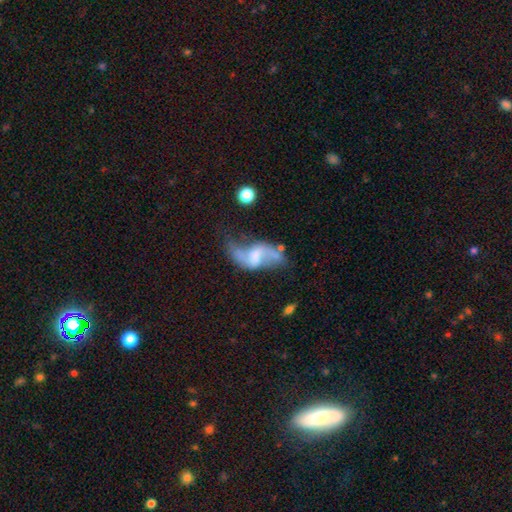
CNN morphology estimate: This is likely a featured or disk galaxy (78%). It is clearly not viewed edge-on (96%). Bar: possibly weak (47%). Spiral arm pattern: clearly yes (87%). Spiral arm count: clearly 2 (89%). Spiral winding: likely loose (79%). Central bulge: marginally none (36%). Merging: marginally none (43%).